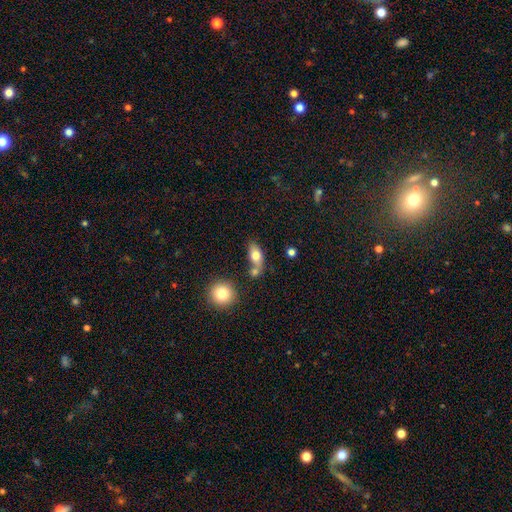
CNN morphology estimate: A smooth galaxy with no disk features (74%) that is in between round and cigar-shaped (79%).

Vote fractions:
- Smooth or featured? smooth: 74% / featured or disk: 18% / star or artifact: 8%
- How rounded? in between: 79% / round: 13% / cigar-shaped: 8%
- Merging? none: 47% / merger: 32% / minor disturbance: 15% / major disturbance: 7%